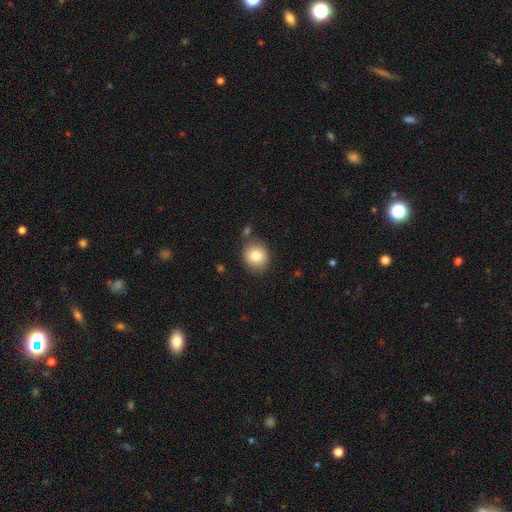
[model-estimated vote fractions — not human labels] smooth 82%, star or artifact 9%, featured or disk 9%. Down the decision tree: how rounded — round (78%); merging — none (80%).